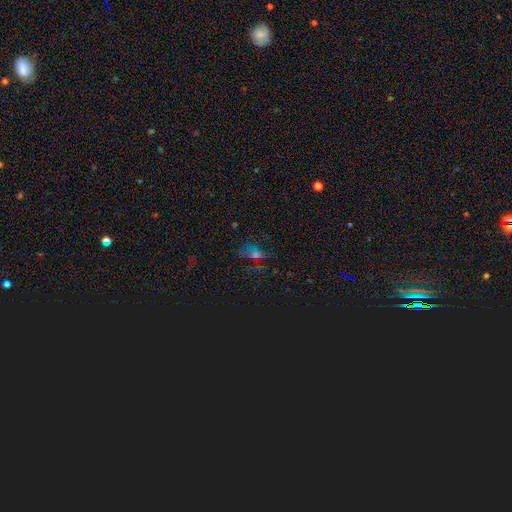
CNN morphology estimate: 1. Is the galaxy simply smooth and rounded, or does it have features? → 50% star or artifact, 36% smooth, 14% featured or disk.